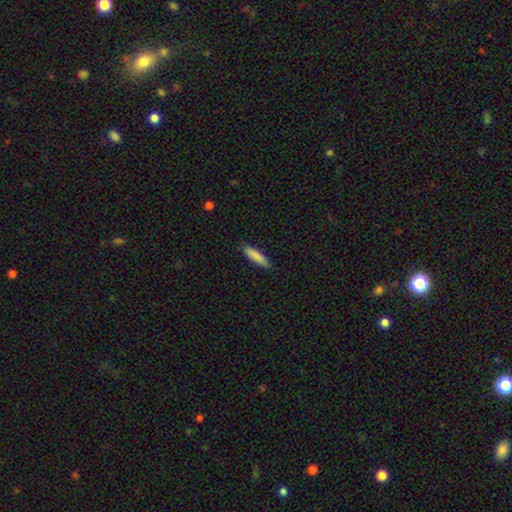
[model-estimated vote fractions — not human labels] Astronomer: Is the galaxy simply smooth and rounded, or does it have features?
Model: smooth — 86%.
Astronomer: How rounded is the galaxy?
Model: cigar-shaped — 76%.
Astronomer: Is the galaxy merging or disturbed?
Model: none — 86%.